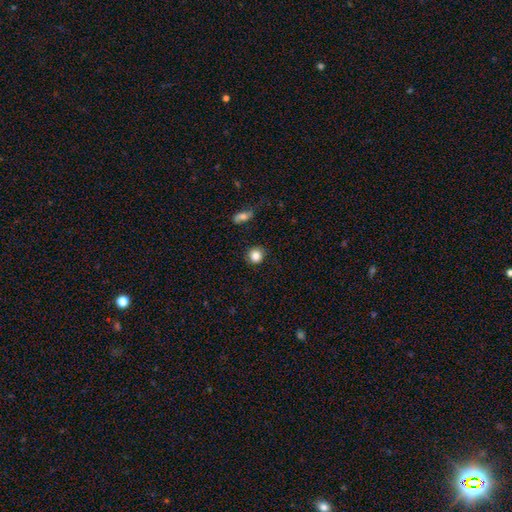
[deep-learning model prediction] Smooth or featured? smooth (85%)
How rounded? round (90%)
Merging? none (89%)